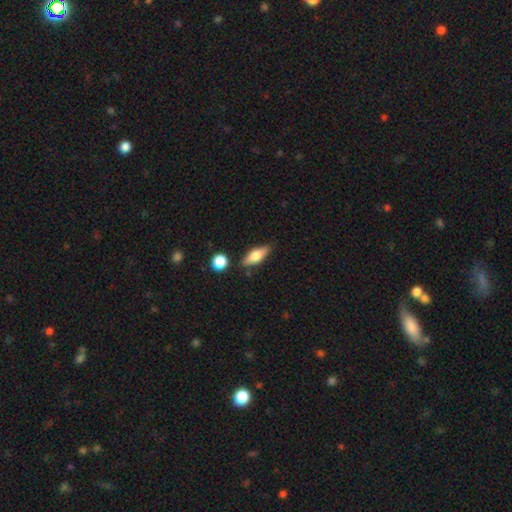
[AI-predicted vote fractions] Smooth or featured? Predicted: smooth (p=0.65). How rounded? Predicted: in between (p=0.67). Merging? Predicted: none (p=0.81).